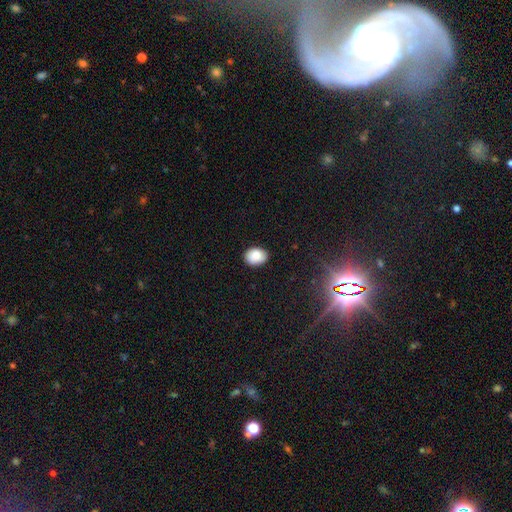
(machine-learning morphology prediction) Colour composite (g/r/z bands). It shows a smooth galaxy with no disk features (87%) that is in between round and cigar-shaped (66%). Merging: none (84%).